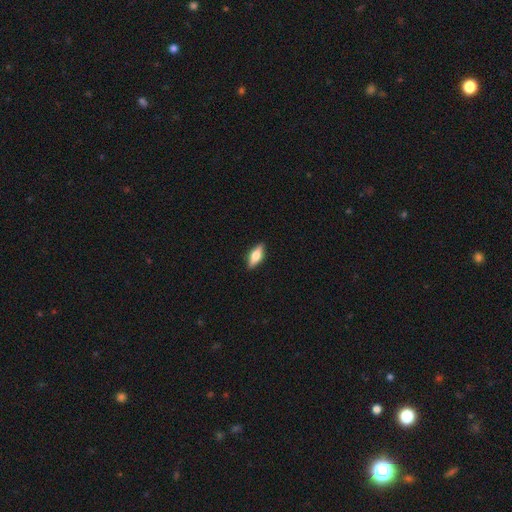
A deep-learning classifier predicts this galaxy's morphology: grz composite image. It shows a smooth galaxy with no disk features (60%) that is in between round and cigar-shaped (69%). Merging: none (88%).